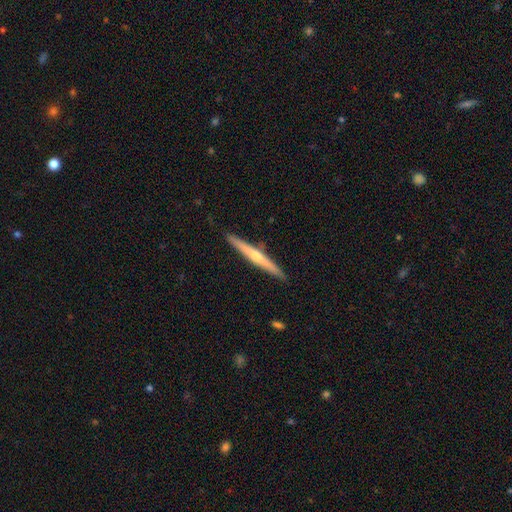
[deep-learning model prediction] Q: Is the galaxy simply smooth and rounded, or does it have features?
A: featured or disk — 72%.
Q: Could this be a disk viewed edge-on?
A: yes — 98%.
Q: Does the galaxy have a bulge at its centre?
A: rounded — 85%.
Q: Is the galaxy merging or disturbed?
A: none — 92%.